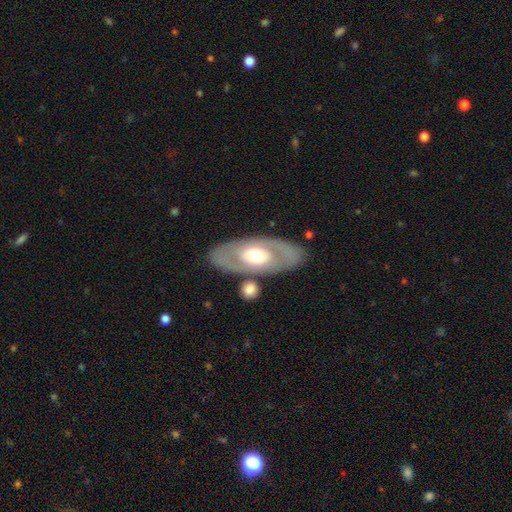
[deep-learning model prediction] Smooth or featured? Predicted: featured or disk (p=0.63). Edge-on disk? Predicted: no (p=0.84). Bar? Predicted: no (p=0.81). Spiral arms? Predicted: no (p=0.80). Bulge size? Predicted: moderate (p=0.66). Merging? Predicted: none (p=0.79).